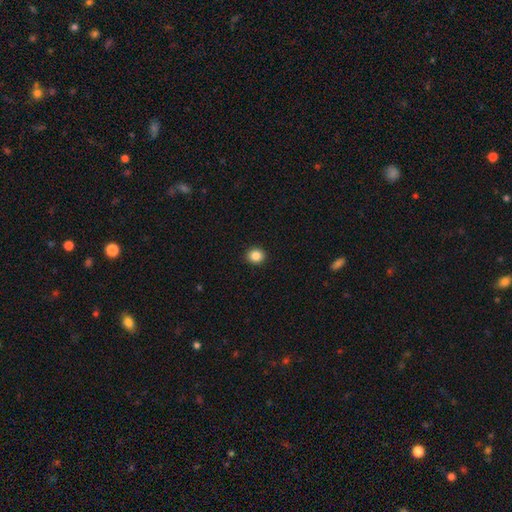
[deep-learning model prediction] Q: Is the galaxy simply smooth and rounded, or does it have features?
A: smooth — 85%.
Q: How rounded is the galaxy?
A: round — 85%.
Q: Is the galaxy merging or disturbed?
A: none — 92%.